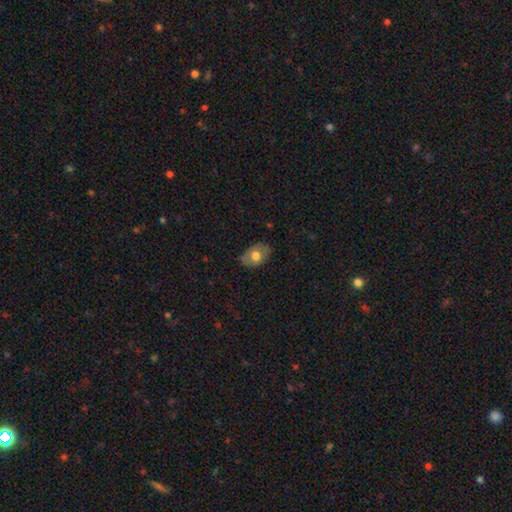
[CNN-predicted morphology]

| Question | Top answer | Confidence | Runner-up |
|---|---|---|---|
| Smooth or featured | smooth | 61% | featured or disk (32%) |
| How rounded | in between | 81% | round (18%) |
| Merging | none | 75% | minor disturbance (20%) |